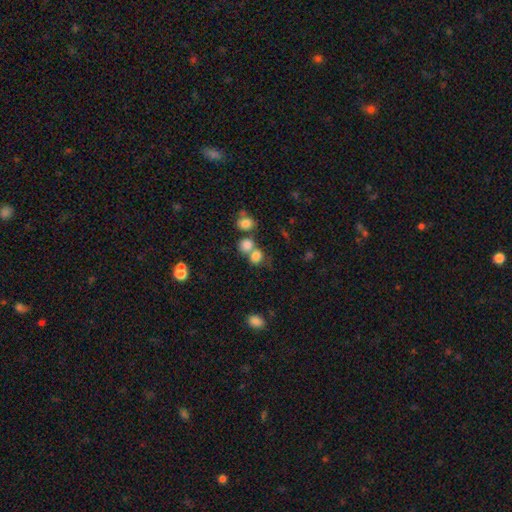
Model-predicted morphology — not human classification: smooth 78%, star or artifact 13%, featured or disk 9%. Down the decision tree: how rounded — round (68%); merging — merger (44%).